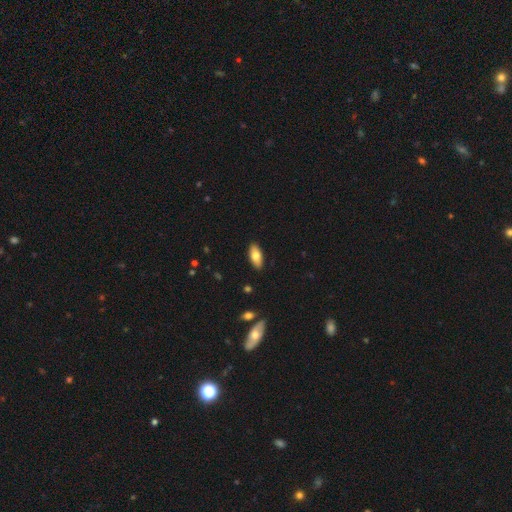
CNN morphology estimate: type=smooth (76%); roundness=in between (86%); merging=none (89%).